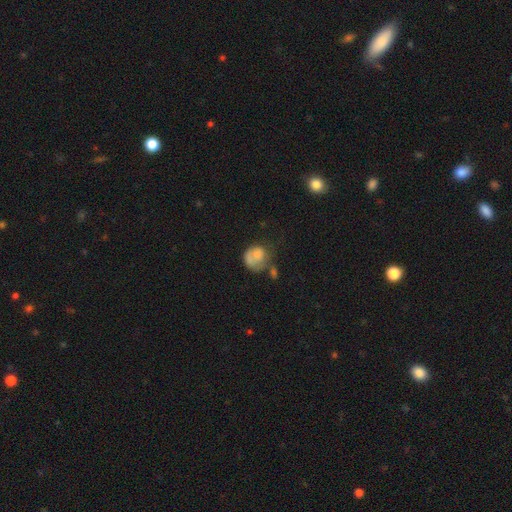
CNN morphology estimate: Smooth or featured? smooth (65%)
How rounded? round (68%)
Merging? none (35%)